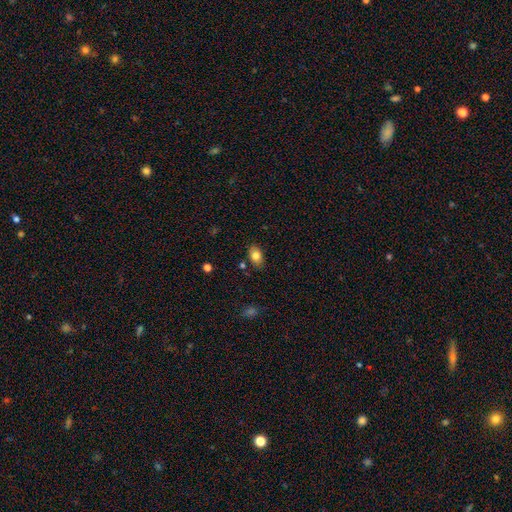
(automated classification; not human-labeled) A smooth galaxy with no disk features (81%) that is in between round and cigar-shaped (84%).

Vote fractions:
- Smooth or featured? smooth: 81% / featured or disk: 10% / star or artifact: 9%
- How rounded? in between: 84% / round: 15% / cigar-shaped: 2%
- Merging? none: 82% / minor disturbance: 12% / merger: 3% / major disturbance: 3%